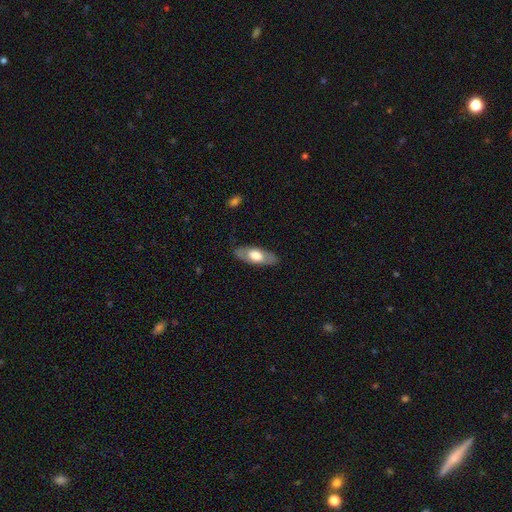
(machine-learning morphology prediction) This is possibly a smooth galaxy (54%). How rounded: likely in between (78%). Merging: clearly none (82%).